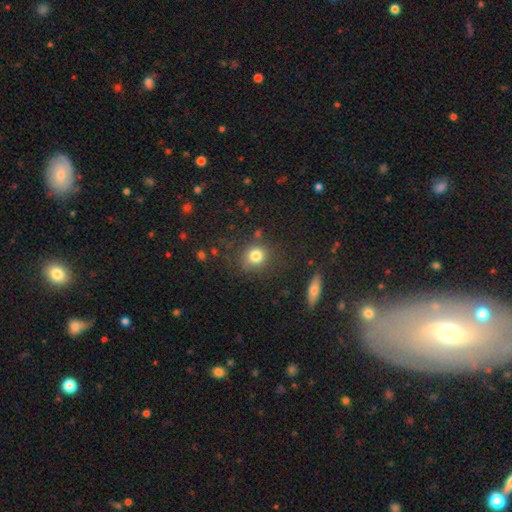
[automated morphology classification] The model was most divided on "how rounded": round: 82%, in between: 17%, cigar-shaped: 1%. More confident: smooth or featured — smooth (81%); merging — none (79%).